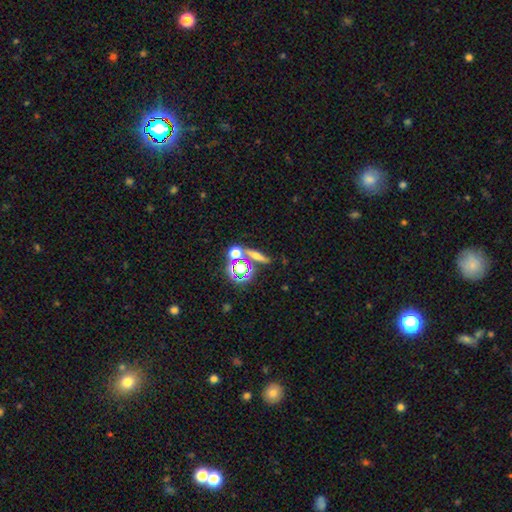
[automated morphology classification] Smooth or featured? smooth (42%)
Merging? none (72%)